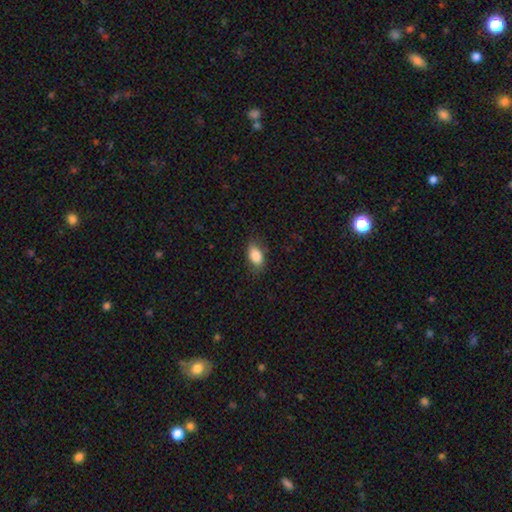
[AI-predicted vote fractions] Morphology: type=smooth (85%); roundness=in between (87%); merging=none (80%).